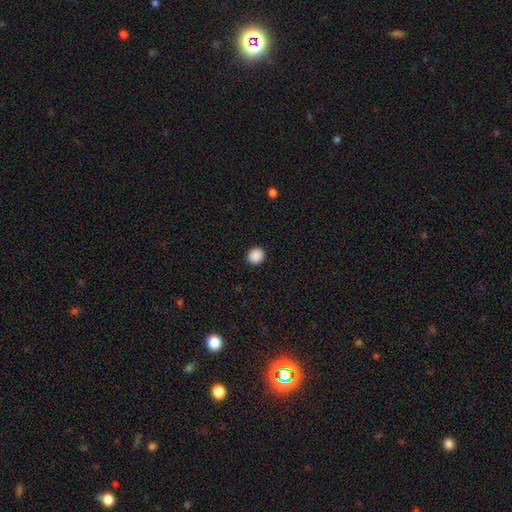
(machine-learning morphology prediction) type=smooth (89%); roundness=round (84%); merging=none (92%).